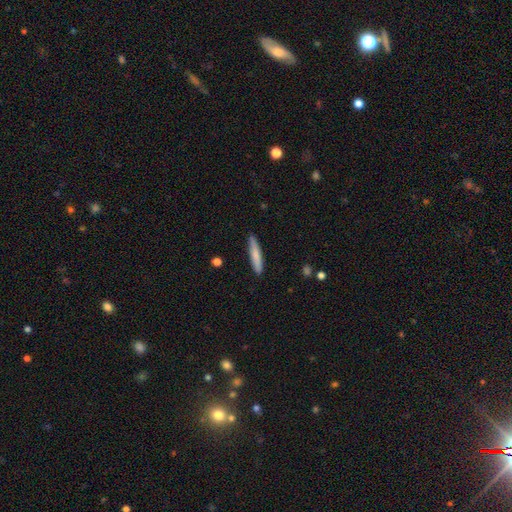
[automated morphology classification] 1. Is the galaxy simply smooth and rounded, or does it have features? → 77% smooth, 18% featured or disk, 5% star or artifact.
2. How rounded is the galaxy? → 92% cigar-shaped, 7% in between, 1% round.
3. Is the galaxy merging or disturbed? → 89% none, 8% minor disturbance, 1% major disturbance, 1% merger.